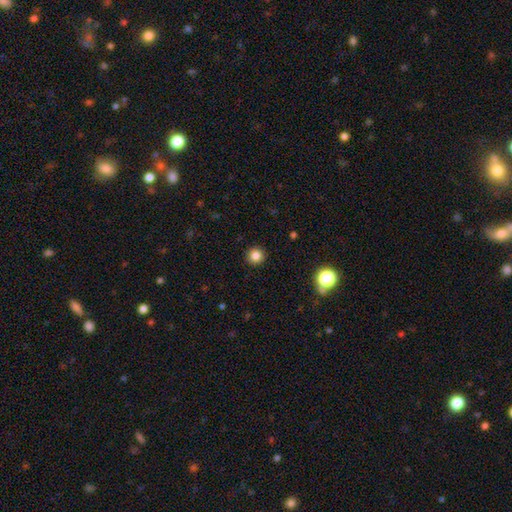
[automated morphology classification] Q: Smooth or featured?
A: smooth (83%); runner-up: star or artifact (12%)
Q: How rounded?
A: round (93%); runner-up: in between (6%)
Q: Merging?
A: none (92%); runner-up: minor disturbance (5%)